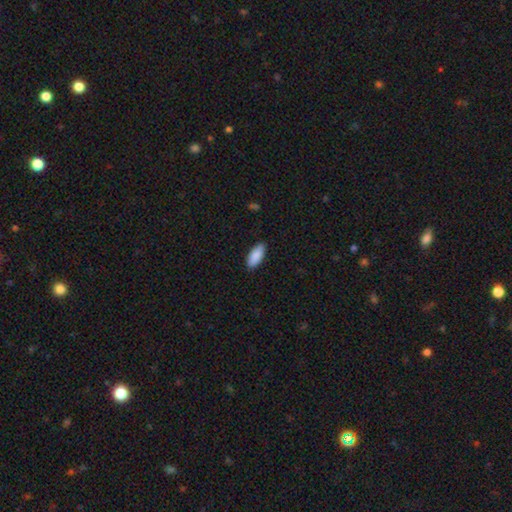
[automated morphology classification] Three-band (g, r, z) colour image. It shows a smooth galaxy with no disk features (90%) that is in between round and cigar-shaped (85%). Merging: none (87%).